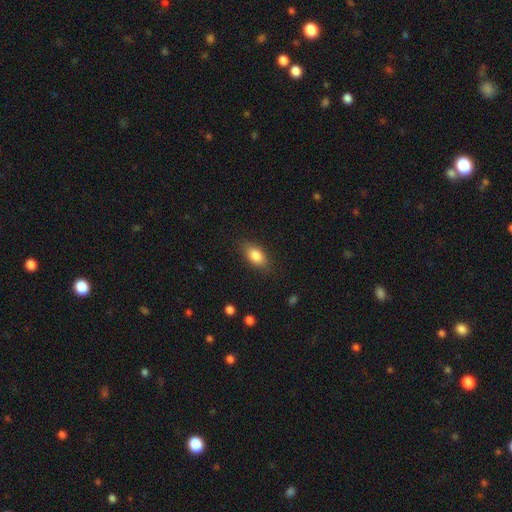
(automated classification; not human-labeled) This is clearly a smooth galaxy (84%). How rounded: clearly in between (88%). Merging: clearly none (84%).